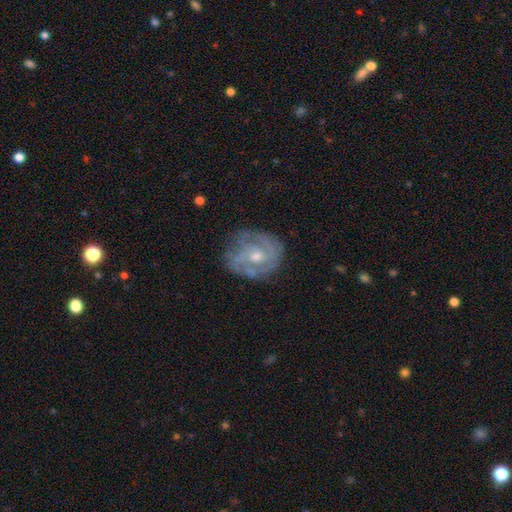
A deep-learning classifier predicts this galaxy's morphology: Smooth or featured?
  - featured or disk: 77% *
  - smooth: 16%
  - star or artifact: 6%
Edge-on disk?
  - no: 97% *
  - yes: 3%
Bar?
  - no: 67% *
  - weak: 28%
  - strong: 5%
Spiral arms?
  - yes: 84% *
  - no: 16%
Spiral winding?
  - tight: 52% *
  - medium: 36%
  - loose: 12%
Spiral arm count?
  - can't tell: 34% *
  - 2: 33%
  - 3: 19%
  - 4: 5%
  - 1: 5%
  - more than 4: 4%
Bulge size?
  - moderate: 55% *
  - small: 40%
  - large: 2%
  - none: 2%
  - dominant: 1%
Merging?
  - none: 68% *
  - minor disturbance: 21%
  - major disturbance: 9%
  - merger: 2%